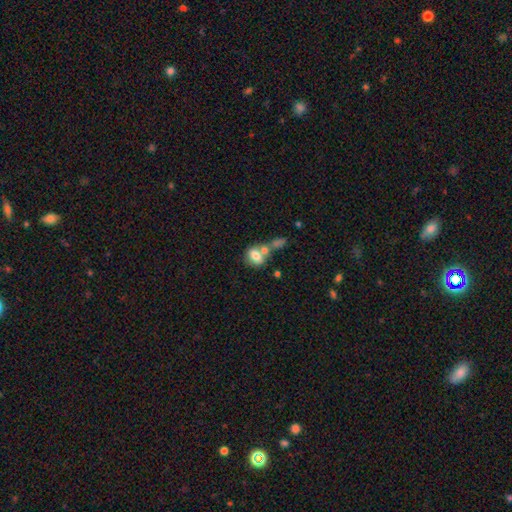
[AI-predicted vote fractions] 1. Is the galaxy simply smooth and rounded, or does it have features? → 74% smooth, 17% featured or disk, 9% star or artifact.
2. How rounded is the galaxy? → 63% in between, 34% round, 2% cigar-shaped.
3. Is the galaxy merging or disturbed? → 51% merger, 31% none, 11% minor disturbance, 6% major disturbance.